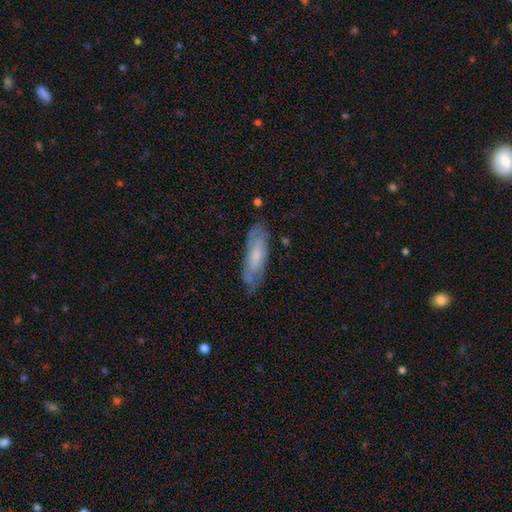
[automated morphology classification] Q: Smooth or featured?
A: featured or disk (51%); runner-up: smooth (42%)
Q: Edge-on disk?
A: no (72%); runner-up: yes (28%)
Q: Merging?
A: none (70%); runner-up: minor disturbance (21%)